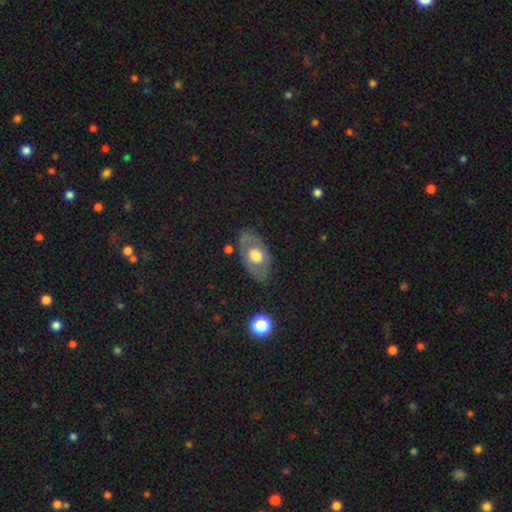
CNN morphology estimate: Smooth or featured? featured or disk (52%)
Edge-on disk? no (88%)
Merging? none (77%)